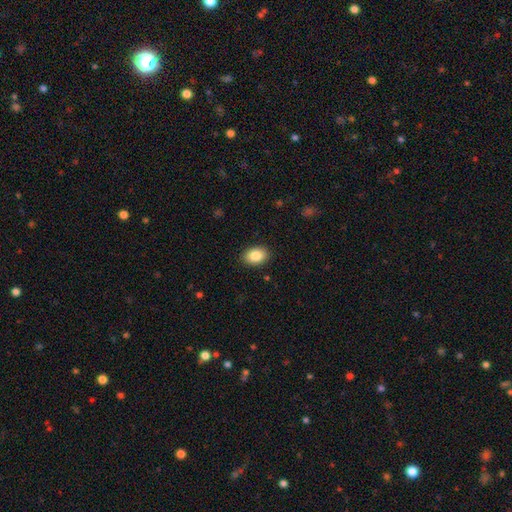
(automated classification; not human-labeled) Smooth or featured? Predicted: smooth (p=0.86). How rounded? Predicted: in between (p=0.80). Merging? Predicted: none (p=0.89).